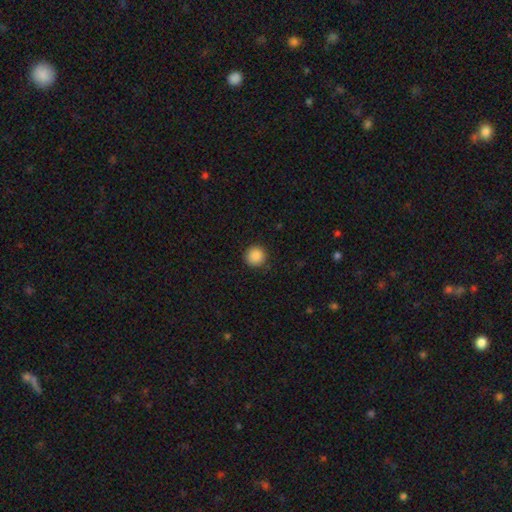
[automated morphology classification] Overall: smooth (87%). How rounded: round (95%). Merging: none (90%).